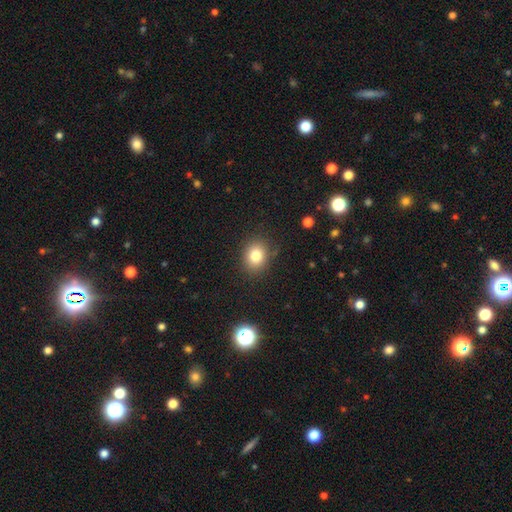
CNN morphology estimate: smooth_or_featured: smooth (p=0.80) [alt: star or artifact p=0.12]
how_rounded: round (p=0.62) [alt: in between p=0.37]
merging: none (p=0.84) [alt: minor disturbance p=0.11]